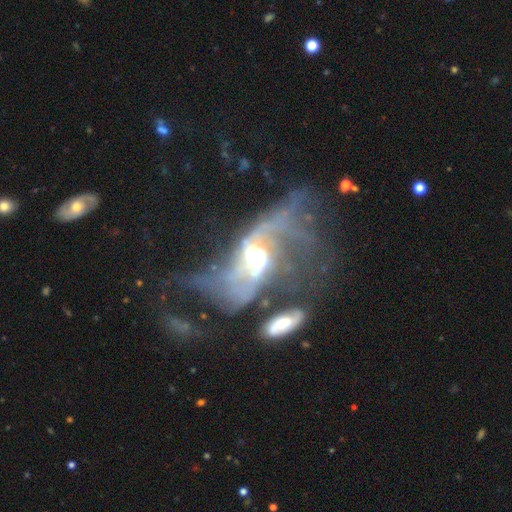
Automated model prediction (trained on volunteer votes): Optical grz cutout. It shows a featured or disk galaxy (80%) with no bar (44%), 2 (68%) loose (69%) spiral arms (82%) and a moderate central bulge (58%). Merging: major disturbance (42%).